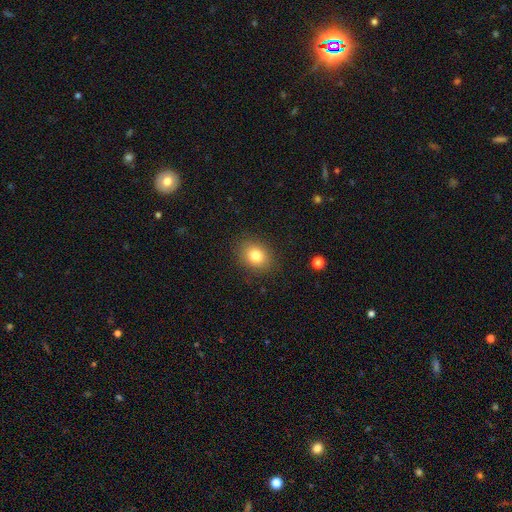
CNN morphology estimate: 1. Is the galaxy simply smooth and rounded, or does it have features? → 80% smooth, 11% star or artifact, 9% featured or disk.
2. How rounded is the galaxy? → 50% round, 49% in between, 1% cigar-shaped.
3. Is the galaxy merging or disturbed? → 87% none, 9% minor disturbance, 3% major disturbance, 1% merger.